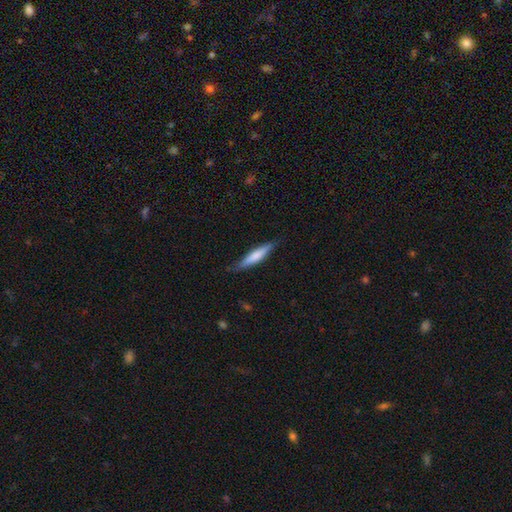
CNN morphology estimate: Smooth or featured: smooth — 66% (featured or disk — 29%)
How rounded: cigar-shaped — 87% (in between — 12%)
Merging: none — 80% (minor disturbance — 16%)